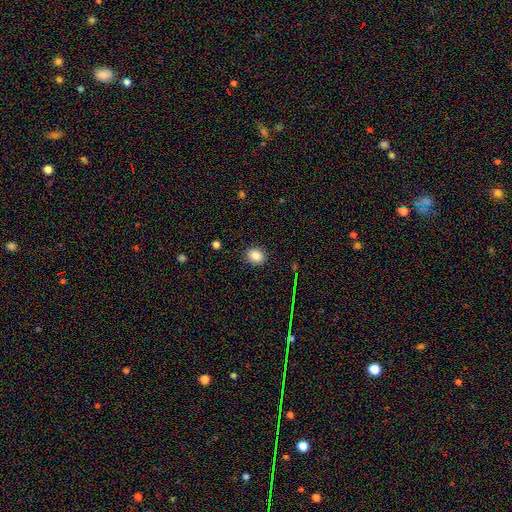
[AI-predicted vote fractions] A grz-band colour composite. It shows a smooth galaxy with no disk features (85%) that is round (61%). Merging: none (89%).